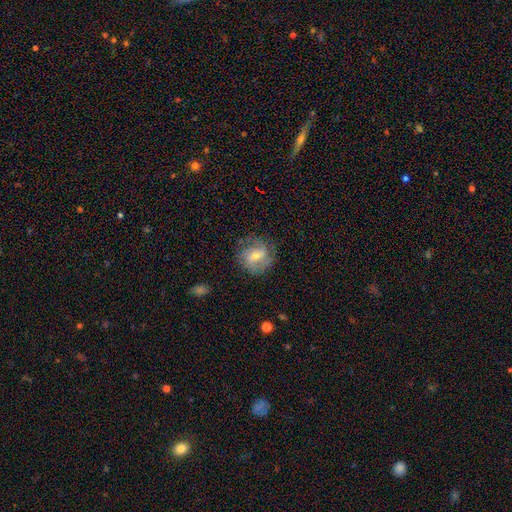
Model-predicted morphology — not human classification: smooth_or_featured: featured or disk (p=0.70) [alt: smooth p=0.21]
disk_edge_on: no (p=0.97) [alt: yes p=0.03]
bar: weak (p=0.48) [alt: no p=0.34]
has_spiral_arms: yes (p=0.90) [alt: no p=0.10]
spiral_winding: medium (p=0.42) [alt: tight p=0.38]
spiral_arm_count: 2 (p=0.50) [alt: can't tell p=0.23]
bulge_size: moderate (p=0.53) [alt: small p=0.42]
merging: none (p=0.77) [alt: minor disturbance p=0.15]